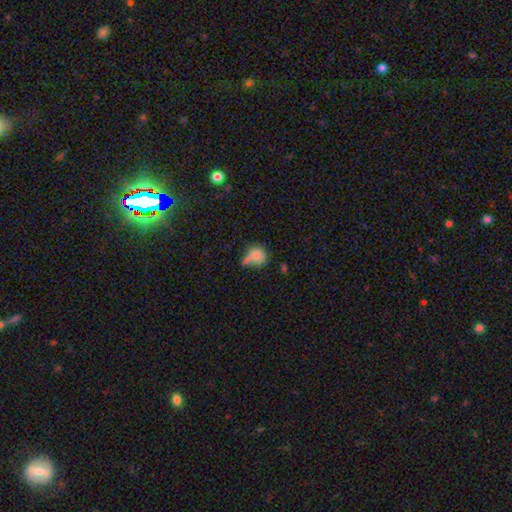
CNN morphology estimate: Smooth or featured? Predicted: smooth (p=0.74). How rounded? Predicted: round (p=0.68). Merging? Predicted: none (p=0.36).